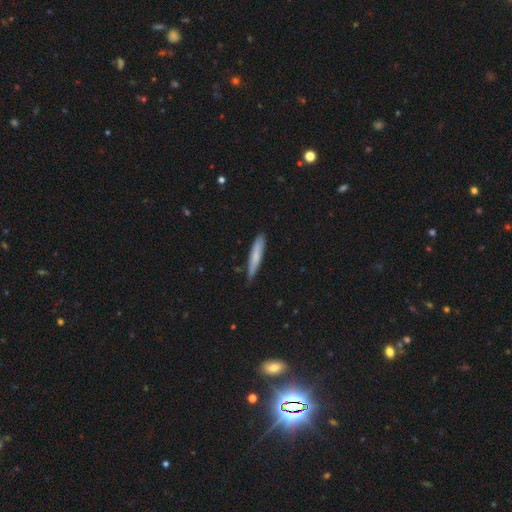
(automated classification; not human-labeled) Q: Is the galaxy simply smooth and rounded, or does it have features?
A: smooth — 71%.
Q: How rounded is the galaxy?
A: cigar-shaped — 92%.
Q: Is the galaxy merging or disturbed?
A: none — 75%.